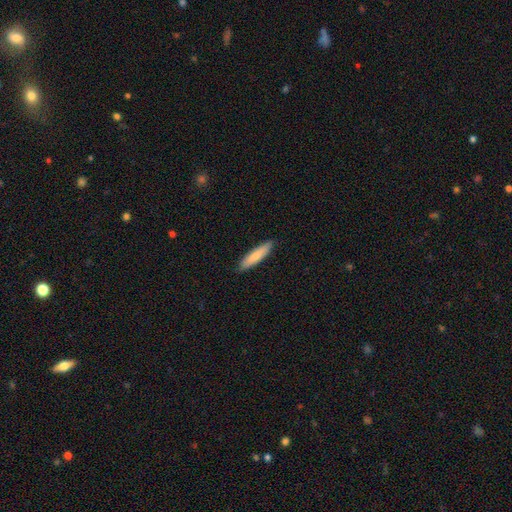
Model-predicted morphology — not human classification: This is clearly a smooth galaxy (81%). How rounded: likely cigar-shaped (80%). Merging: clearly none (89%).